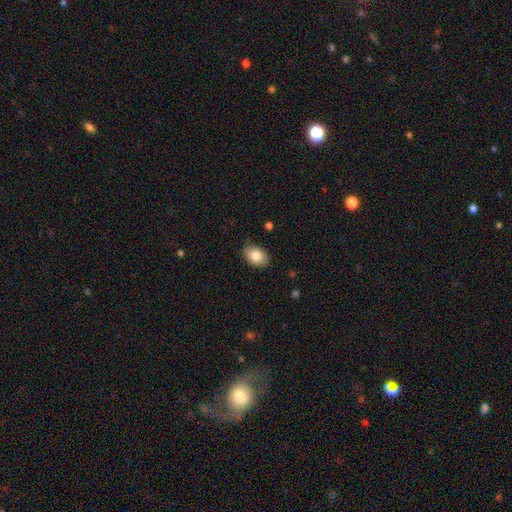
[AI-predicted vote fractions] Smooth or featured: smooth — 83% (featured or disk — 10%)
How rounded: in between — 85% (round — 14%)
Merging: none — 84% (minor disturbance — 12%)